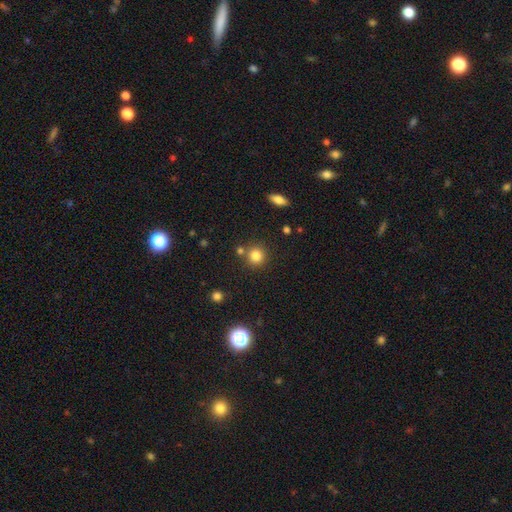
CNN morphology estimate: A smooth galaxy with no disk features (82%) that is round (90%).

Vote fractions:
- Smooth or featured? smooth: 82% / star or artifact: 12% / featured or disk: 6%
- How rounded? round: 90% / in between: 9% / cigar-shaped: 1%
- Merging? none: 75% / merger: 13% / minor disturbance: 9% / major disturbance: 3%